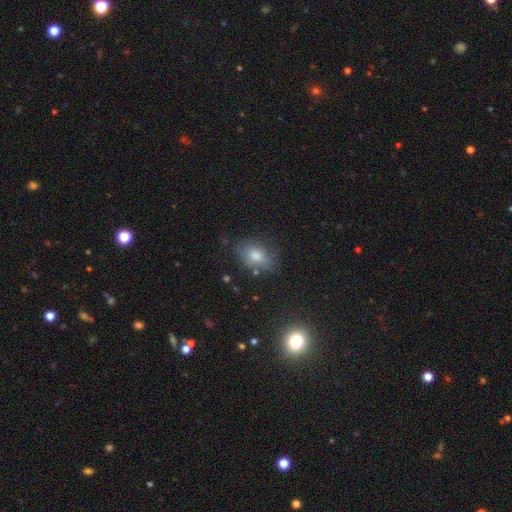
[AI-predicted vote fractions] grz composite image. It shows a smooth galaxy with no disk features (71%) that is in between round and cigar-shaped (85%). Merging: none (73%).